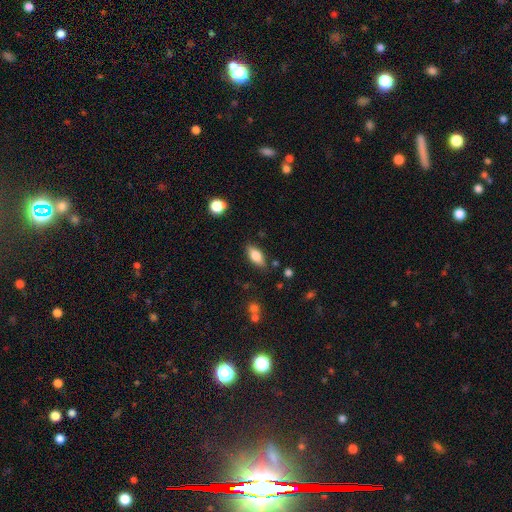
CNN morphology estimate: This is likely a smooth galaxy (77%). How rounded: clearly in between (85%). Merging: clearly none (83%).